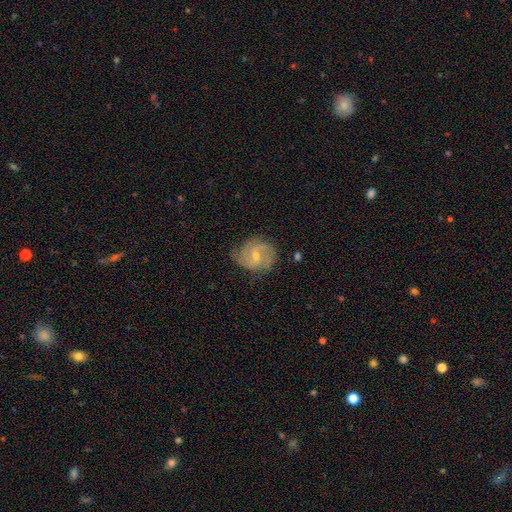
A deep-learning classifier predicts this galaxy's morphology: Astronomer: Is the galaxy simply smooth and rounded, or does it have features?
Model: featured or disk — 84%.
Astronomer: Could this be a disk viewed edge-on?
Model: no — 98%.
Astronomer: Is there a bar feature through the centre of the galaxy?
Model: no — 48% (runner-up: weak, 44%).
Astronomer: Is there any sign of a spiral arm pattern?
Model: yes — 97%.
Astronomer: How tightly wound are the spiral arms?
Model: medium — 47% (runner-up: tight, 40%).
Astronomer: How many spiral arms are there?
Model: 2 — 38% (runner-up: 3, 35%).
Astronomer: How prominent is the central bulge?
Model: small — 56% (runner-up: moderate, 40%).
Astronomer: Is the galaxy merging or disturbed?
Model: none — 75%.